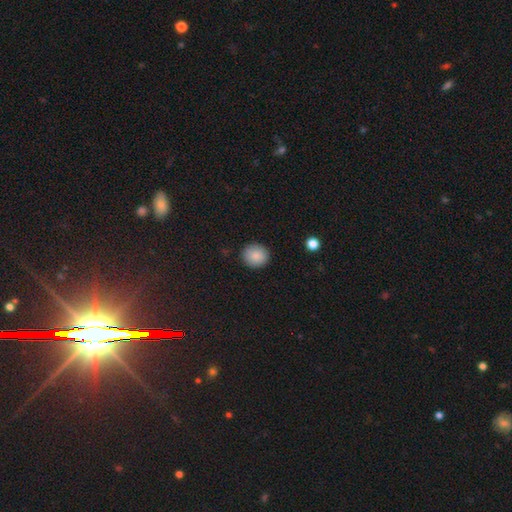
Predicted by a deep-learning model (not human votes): Overall: smooth (87%). How rounded: round (88%). Merging: none (90%).